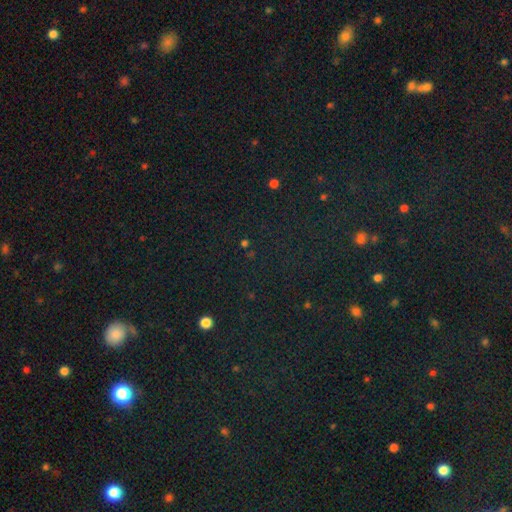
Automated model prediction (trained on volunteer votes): This appears to be a star or artifact, not a galaxy (73%).